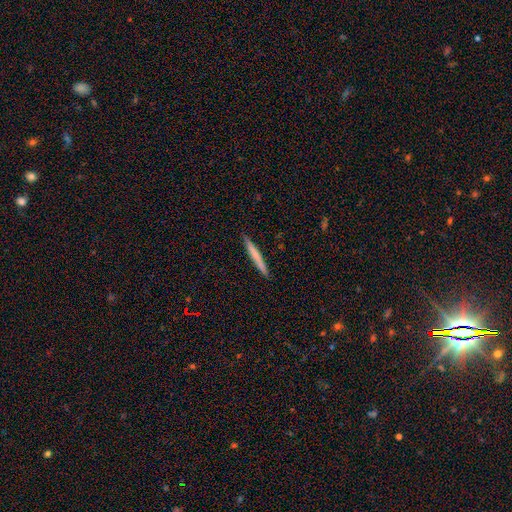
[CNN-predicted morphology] Smooth or featured: smooth — 65% (featured or disk — 29%)
How rounded: cigar-shaped — 97% (in between — 2%)
Merging: none — 92% (minor disturbance — 6%)